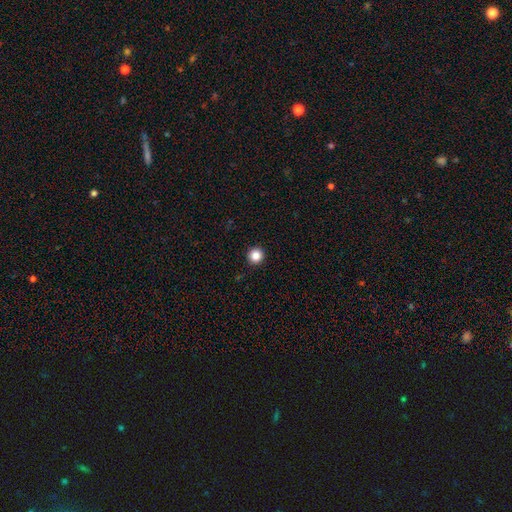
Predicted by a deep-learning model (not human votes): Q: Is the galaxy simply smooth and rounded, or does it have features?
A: smooth — 85%.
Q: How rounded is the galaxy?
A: round — 96%.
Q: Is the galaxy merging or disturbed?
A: none — 94%.